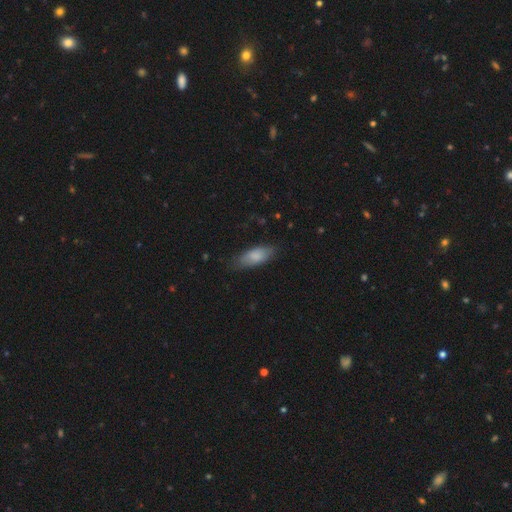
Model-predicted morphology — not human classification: type=smooth (82%); roundness=in between (78%); merging=none (74%).